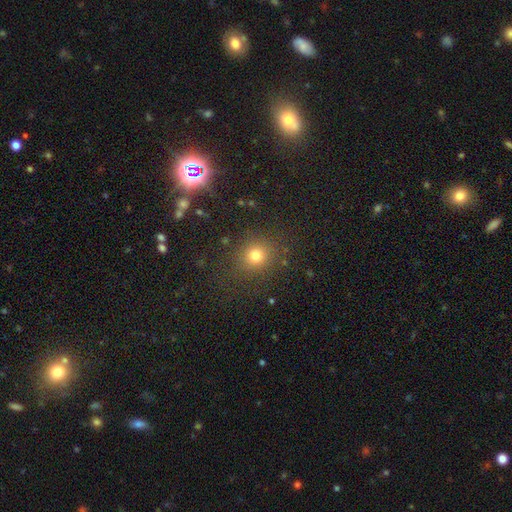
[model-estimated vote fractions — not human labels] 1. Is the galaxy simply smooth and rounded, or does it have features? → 76% smooth, 17% star or artifact, 7% featured or disk.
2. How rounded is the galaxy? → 82% round, 16% in between, 1% cigar-shaped.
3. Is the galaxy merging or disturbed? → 84% none, 9% minor disturbance, 4% major disturbance, 2% merger.